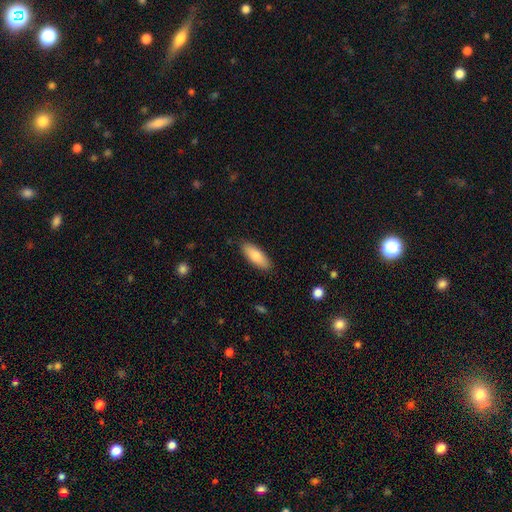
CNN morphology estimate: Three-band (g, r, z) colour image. It shows a smooth galaxy with no disk features (81%) that is in between round and cigar-shaped (69%). Merging: none (88%).